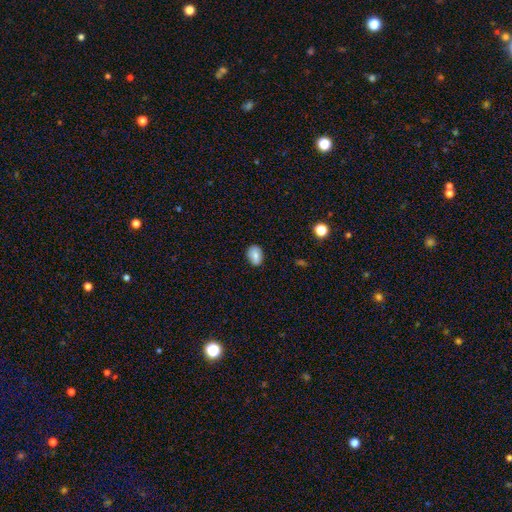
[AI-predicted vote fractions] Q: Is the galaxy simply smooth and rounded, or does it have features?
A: smooth — 80%.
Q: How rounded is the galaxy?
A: in between — 78%.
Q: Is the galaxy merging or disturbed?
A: none — 82%.